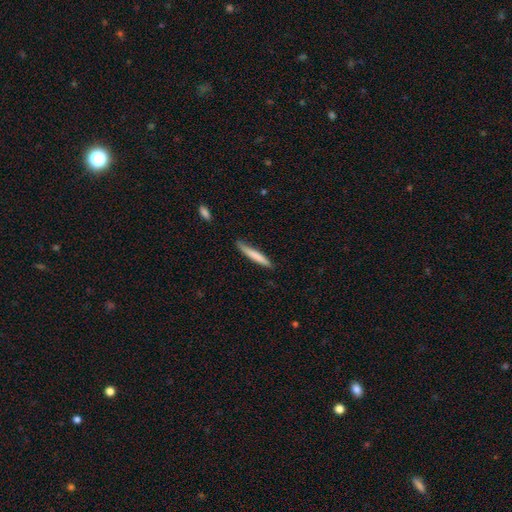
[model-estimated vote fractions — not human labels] smooth 75%, featured or disk 20%, star or artifact 5%. Down the decision tree: how rounded — cigar-shaped (94%); merging — none (83%).